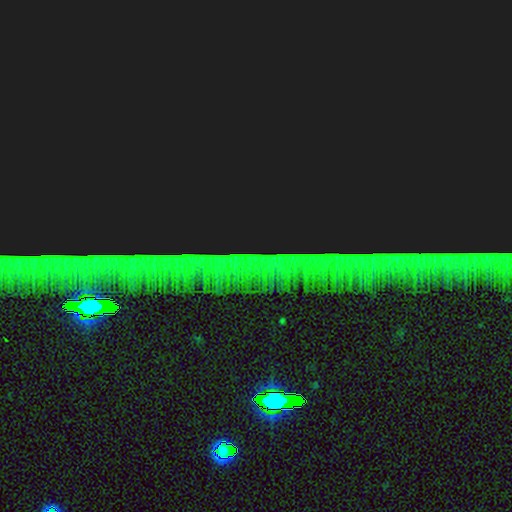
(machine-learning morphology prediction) Smooth or featured? star or artifact (85%)